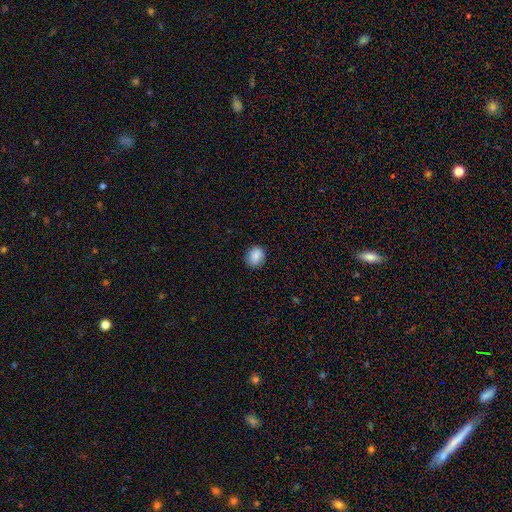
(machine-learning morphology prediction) smooth-or-featured: smooth: 88% | star or artifact: 8% | featured or disk: 4%
  how-rounded: round: 61% | in between: 38% | cigar-shaped: 1%
  merging: none: 86% | minor disturbance: 11% | major disturbance: 3% | merger: 1%